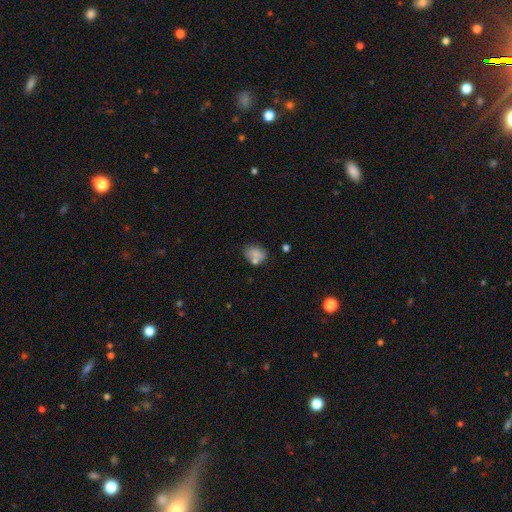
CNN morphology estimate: smooth 78%, featured or disk 12%, star or artifact 10%. Down the decision tree: how rounded — in between (68%); merging — none (58%).